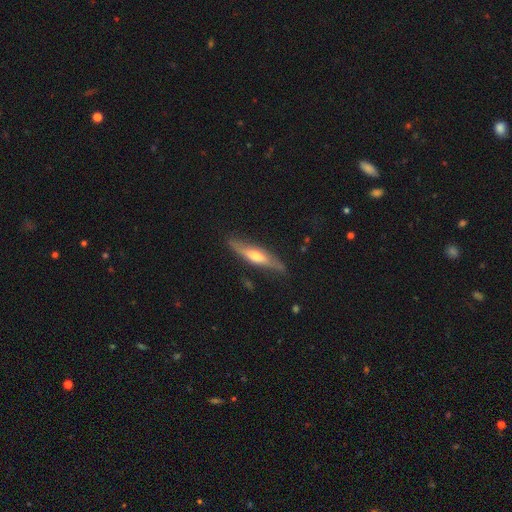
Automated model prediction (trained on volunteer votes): Smooth or featured?
  - featured or disk: 56% *
  - smooth: 39%
  - star or artifact: 6%
Edge-on disk?
  - yes: 82% *
  - no: 18%
Merging?
  - none: 79% *
  - minor disturbance: 16%
  - major disturbance: 3%
  - merger: 2%